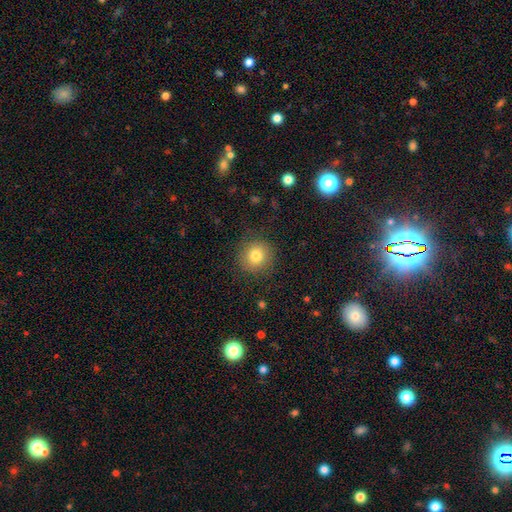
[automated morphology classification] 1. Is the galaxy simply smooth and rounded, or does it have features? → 80% smooth, 11% star or artifact, 9% featured or disk.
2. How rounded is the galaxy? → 91% round, 8% in between, 1% cigar-shaped.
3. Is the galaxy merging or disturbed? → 87% none, 9% minor disturbance, 4% major disturbance, 1% merger.